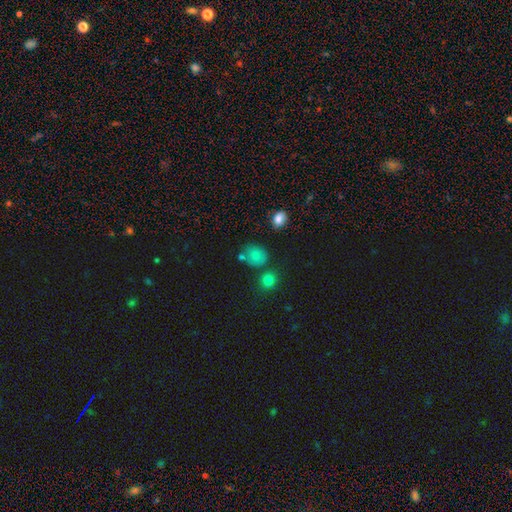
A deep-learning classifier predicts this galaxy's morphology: Smooth or featured?
  - smooth: 76% *
  - star or artifact: 14%
  - featured or disk: 9%
How rounded?
  - round: 72% *
  - in between: 27%
  - cigar-shaped: 1%
Merging?
  - none: 64% *
  - minor disturbance: 17%
  - merger: 13%
  - major disturbance: 6%